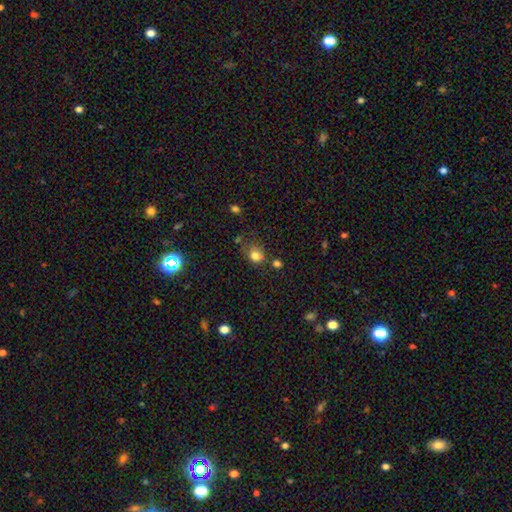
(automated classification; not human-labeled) Smooth or featured?
  - smooth: 79% *
  - star or artifact: 13%
  - featured or disk: 7%
How rounded?
  - round: 57% *
  - in between: 42%
  - cigar-shaped: 1%
Merging?
  - none: 57% *
  - minor disturbance: 23%
  - merger: 11%
  - major disturbance: 9%